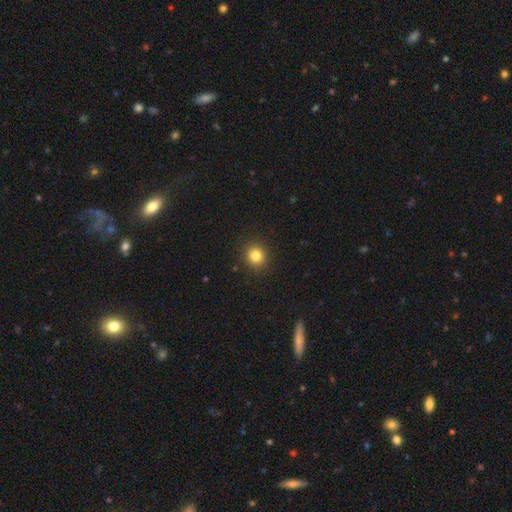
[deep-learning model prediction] A smooth galaxy with no disk features (83%) that is round (84%).

Vote fractions:
- Smooth or featured? smooth: 83% / star or artifact: 12% / featured or disk: 5%
- How rounded? round: 84% / in between: 15% / cigar-shaped: 1%
- Merging? none: 90% / minor disturbance: 7% / major disturbance: 2% / merger: 1%